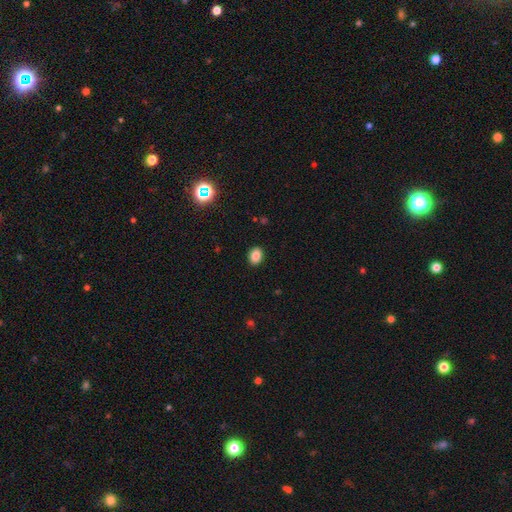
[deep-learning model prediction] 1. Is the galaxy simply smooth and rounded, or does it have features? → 85% smooth, 10% star or artifact, 5% featured or disk.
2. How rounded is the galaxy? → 65% in between, 34% round, 1% cigar-shaped.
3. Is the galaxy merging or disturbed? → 90% none, 7% minor disturbance, 2% major disturbance, 1% merger.